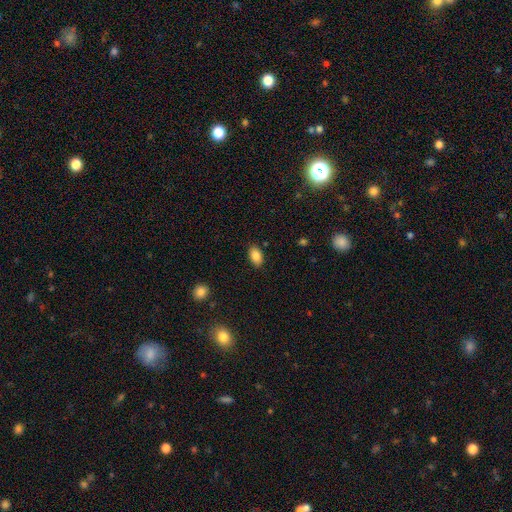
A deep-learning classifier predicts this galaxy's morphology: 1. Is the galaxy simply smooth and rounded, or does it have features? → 87% smooth, 8% star or artifact, 5% featured or disk.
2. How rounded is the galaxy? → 91% in between, 7% round, 2% cigar-shaped.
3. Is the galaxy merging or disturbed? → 86% none, 10% minor disturbance, 2% major disturbance, 1% merger.